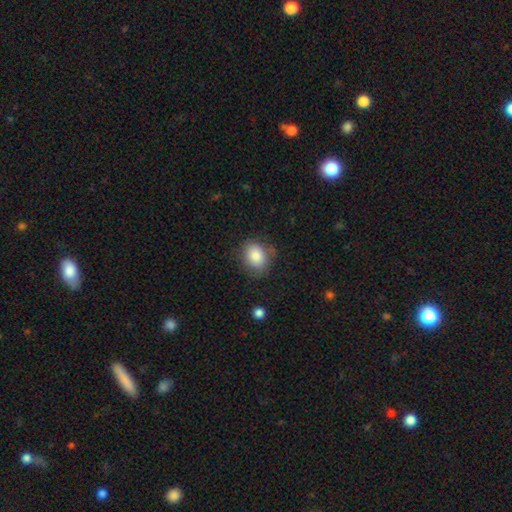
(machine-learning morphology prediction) Overall: smooth (84%). How rounded: in between (53%; round 46%). Merging: none (74%).